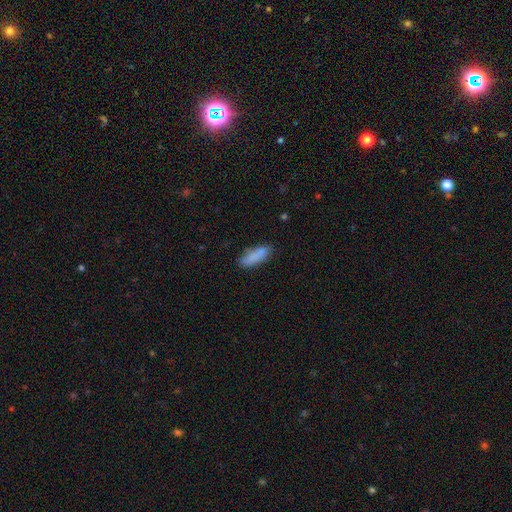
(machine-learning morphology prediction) smooth_or_featured: smooth (p=0.86) [alt: featured or disk p=0.07]
how_rounded: in between (p=0.55) [alt: cigar-shaped p=0.43]
merging: none (p=0.78) [alt: minor disturbance p=0.16]